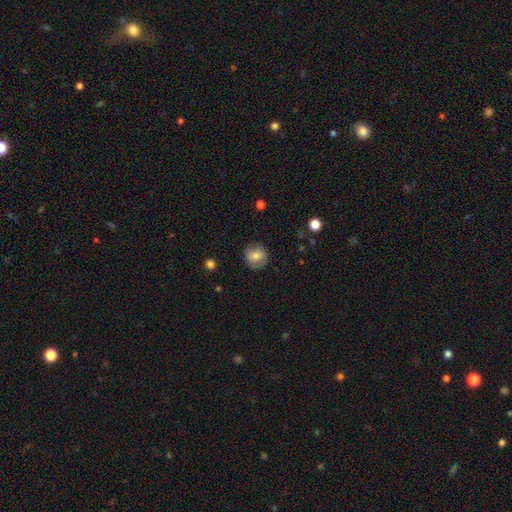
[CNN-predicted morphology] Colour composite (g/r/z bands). It shows a smooth galaxy with no disk features (73%) that is round (86%). Merging: none (81%).